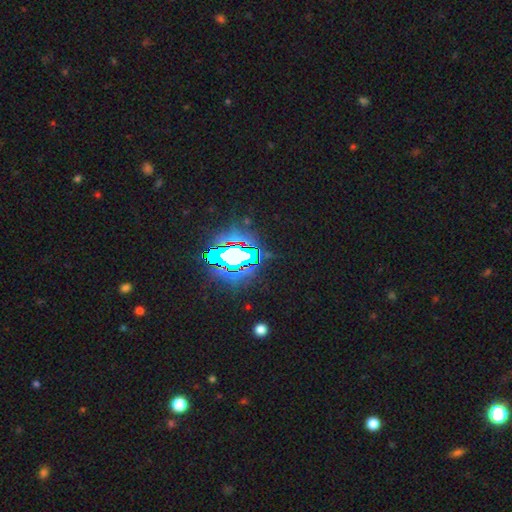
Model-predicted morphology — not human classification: Q: Smooth or featured?
A: star or artifact (84%); runner-up: smooth (9%)